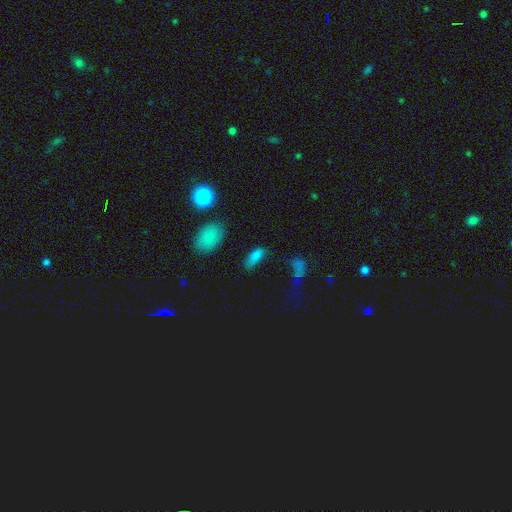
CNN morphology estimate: The model was most divided on "merging": none: 62%, minor disturbance: 20%, major disturbance: 11%, merger: 8%. More confident: how rounded — in between (81%); smooth or featured — smooth (79%).